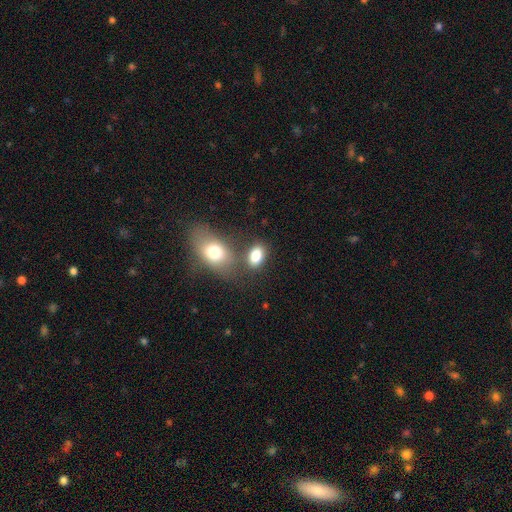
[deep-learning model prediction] Smooth or featured? smooth (82%)
How rounded? in between (83%)
Merging? none (56%)